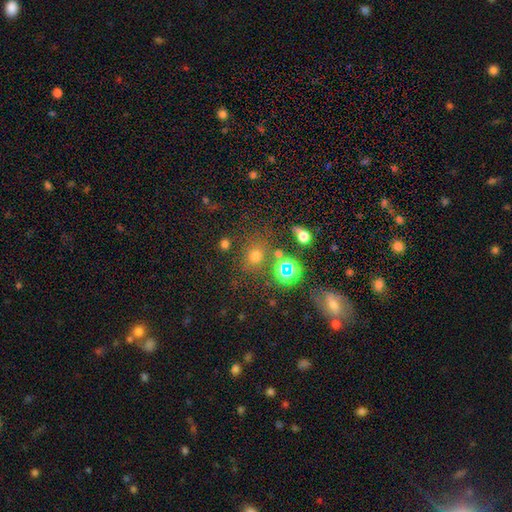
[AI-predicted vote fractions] A smooth galaxy with no disk features (64%) that is round (75%).

Vote fractions:
- Smooth or featured? smooth: 64% / star or artifact: 28% / featured or disk: 8%
- How rounded? round: 75% / in between: 24% / cigar-shaped: 1%
- Merging? none: 73% / minor disturbance: 12% / merger: 9% / major disturbance: 6%